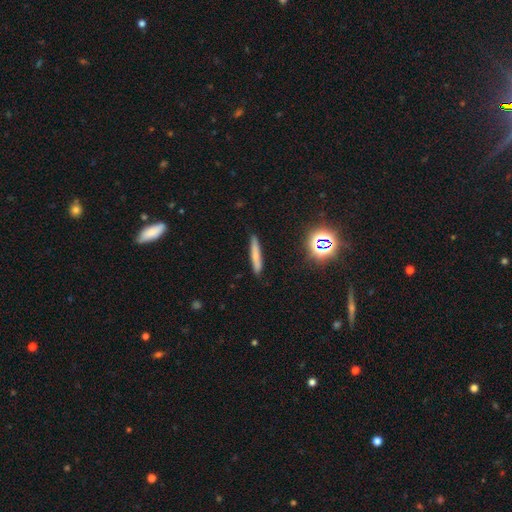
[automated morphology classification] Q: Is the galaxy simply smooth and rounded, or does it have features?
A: smooth — 67%.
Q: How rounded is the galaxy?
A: cigar-shaped — 93%.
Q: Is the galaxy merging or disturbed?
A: none — 89%.